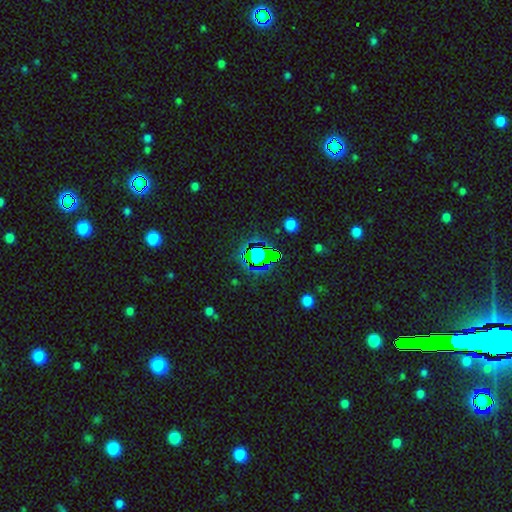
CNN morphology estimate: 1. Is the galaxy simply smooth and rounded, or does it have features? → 70% star or artifact, 19% smooth, 11% featured or disk.